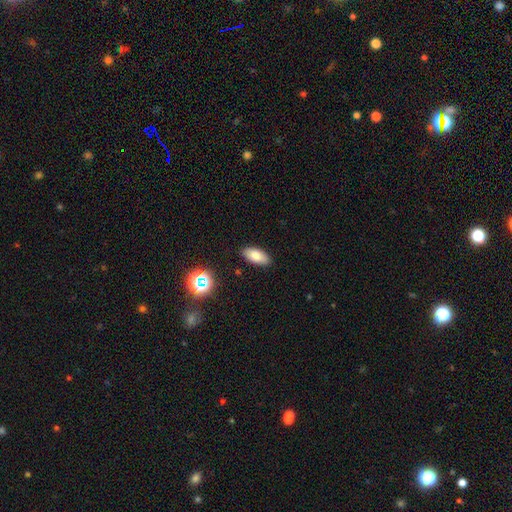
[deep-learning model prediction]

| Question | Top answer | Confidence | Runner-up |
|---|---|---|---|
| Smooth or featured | smooth | 80% | featured or disk (11%) |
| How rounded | in between | 88% | cigar-shaped (9%) |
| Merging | none | 87% | minor disturbance (10%) |